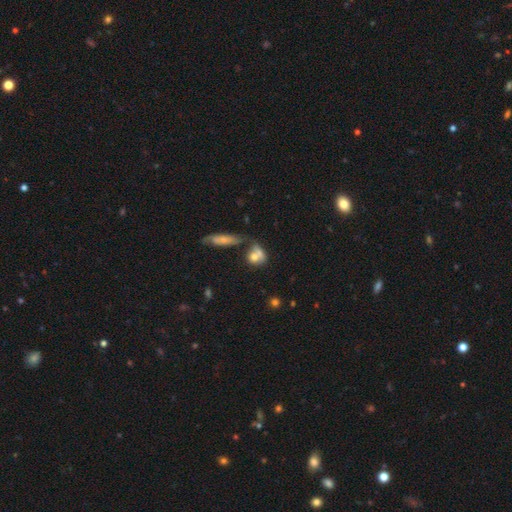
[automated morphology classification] smooth 69%, featured or disk 20%, star or artifact 11%. Down the decision tree: how rounded — round (53%); merging — merger (41%).